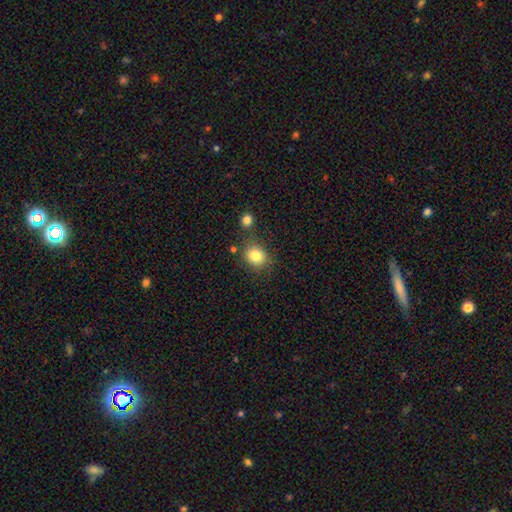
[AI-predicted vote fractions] Smooth or featured?
  - smooth: 82% *
  - star or artifact: 11%
  - featured or disk: 8%
How rounded?
  - round: 67% *
  - in between: 32%
  - cigar-shaped: 1%
Merging?
  - none: 73% *
  - minor disturbance: 13%
  - merger: 9%
  - major disturbance: 4%